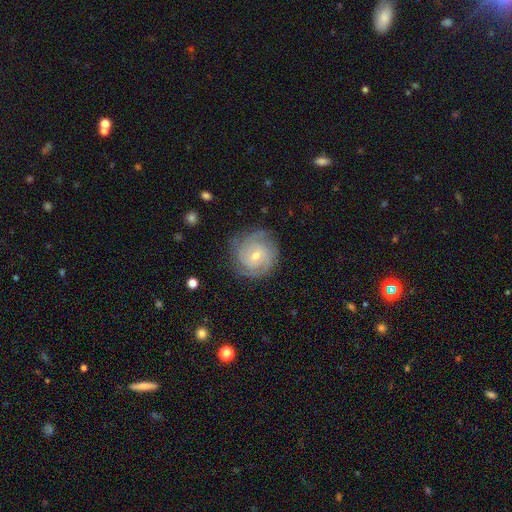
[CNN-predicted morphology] A featured or disk galaxy (82%) with no bar (62%), 3 (29%) tight (70%) spiral arms (96%) and a small central bulge (62%). Merging: none (81%).